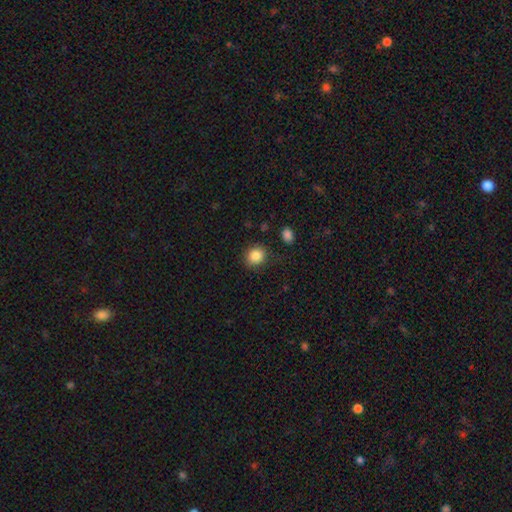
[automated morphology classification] A smooth galaxy with no disk features (86%) that is round (77%). Merging: none (84%).